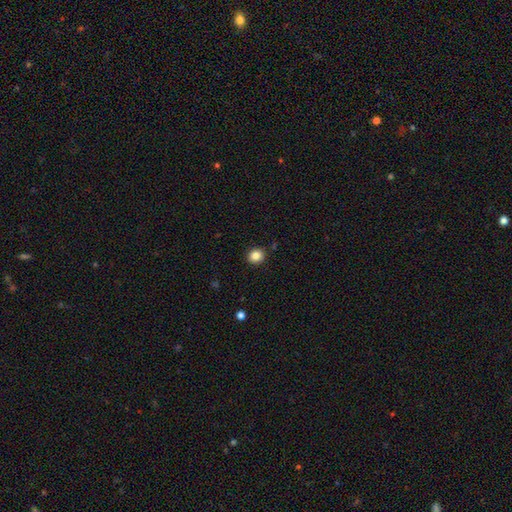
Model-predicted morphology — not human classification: Smooth or featured? Predicted: smooth (p=0.85). How rounded? Predicted: round (p=0.82). Merging? Predicted: none (p=0.90).